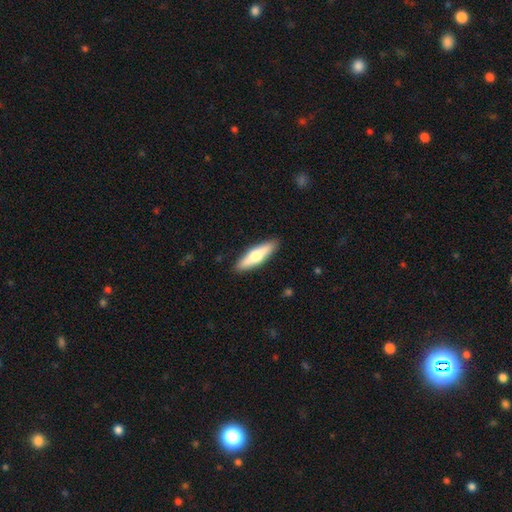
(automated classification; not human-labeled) This appears to be a smooth galaxy with no disk features (55%) that is cigar-shaped (65%). Merging: none (90%).